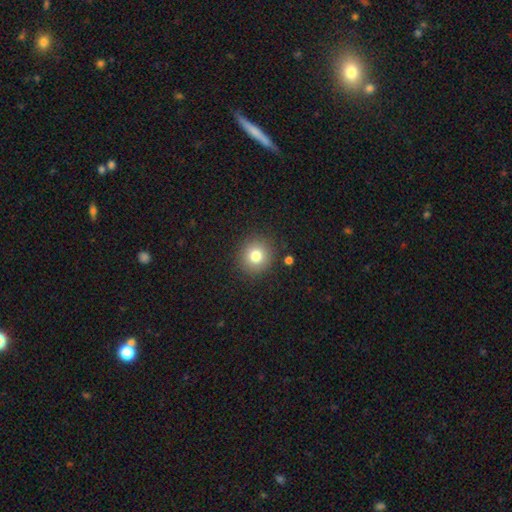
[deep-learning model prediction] The model was most divided on "smooth or featured": smooth: 78%, star or artifact: 12%, featured or disk: 9%. More confident: how rounded — round (89%); merging — none (88%).